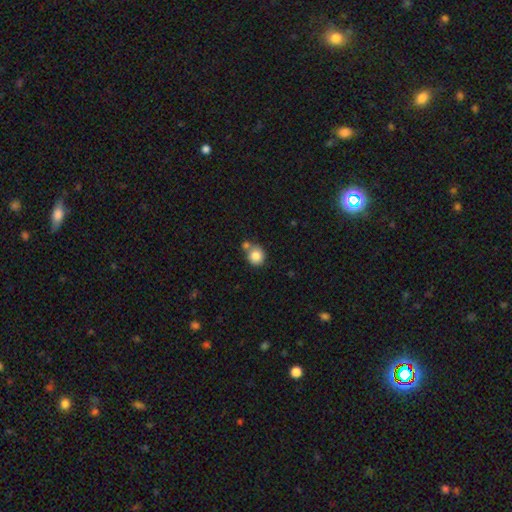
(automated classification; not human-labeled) Smooth or featured? Predicted: smooth (p=0.84). How rounded? Predicted: round (p=0.86). Merging? Predicted: none (p=0.58).